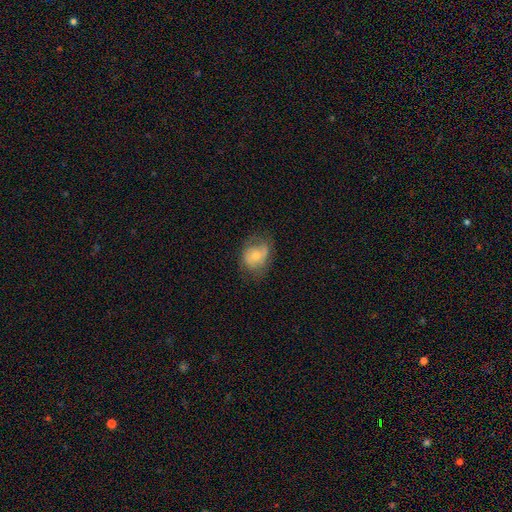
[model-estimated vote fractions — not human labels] Smooth or featured? Predicted: smooth (p=0.49). Merging? Predicted: none (p=0.54).